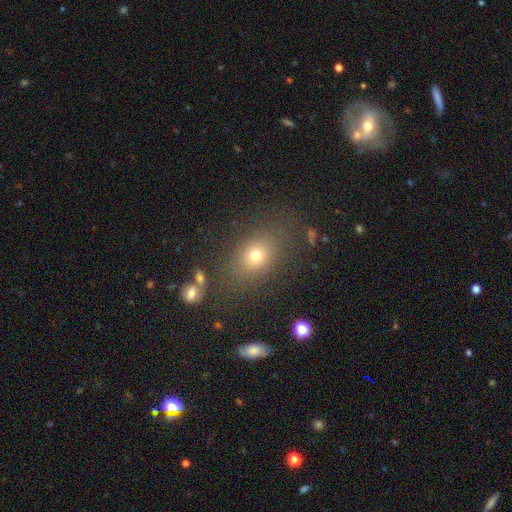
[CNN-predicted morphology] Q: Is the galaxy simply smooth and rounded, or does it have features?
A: smooth — 71%.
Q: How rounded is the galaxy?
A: in between — 61%.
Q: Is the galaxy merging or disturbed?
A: none — 78%.